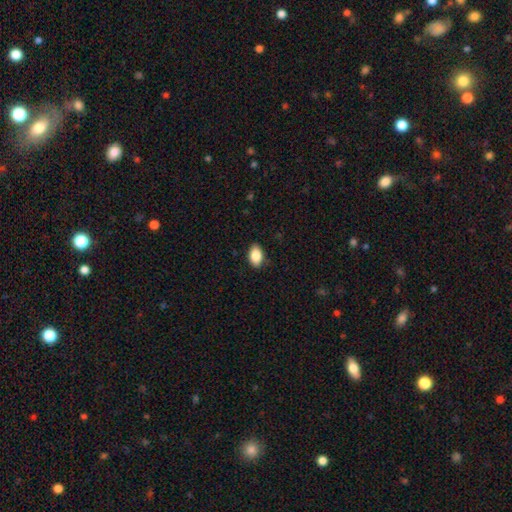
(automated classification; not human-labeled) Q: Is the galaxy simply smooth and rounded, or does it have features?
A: smooth — 86%.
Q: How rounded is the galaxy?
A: in between — 89%.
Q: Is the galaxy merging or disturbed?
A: none — 84%.